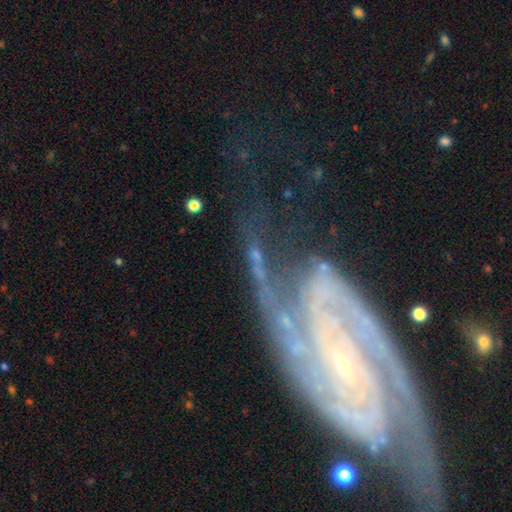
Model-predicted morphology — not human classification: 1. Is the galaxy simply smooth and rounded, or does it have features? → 64% featured or disk, 19% star or artifact, 17% smooth.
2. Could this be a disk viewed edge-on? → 88% no, 12% yes.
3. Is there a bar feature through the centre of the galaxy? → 55% no, 26% weak, 18% strong.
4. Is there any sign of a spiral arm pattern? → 77% yes, 23% no.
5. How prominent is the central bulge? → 48% small, 23% moderate, 20% none, 5% large, 3% dominant.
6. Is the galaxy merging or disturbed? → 47% none, 25% major disturbance, 18% minor disturbance, 11% merger.